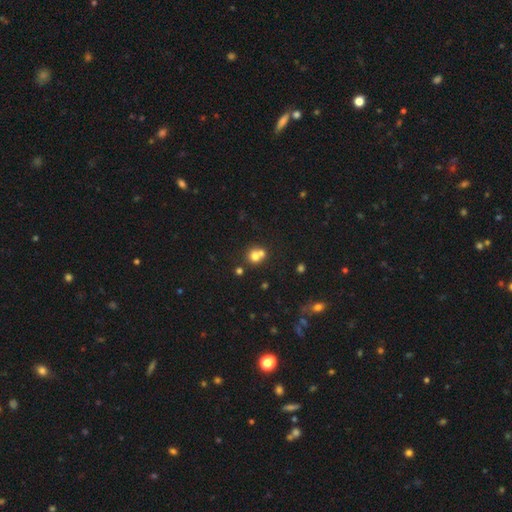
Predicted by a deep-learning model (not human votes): Smooth or featured? smooth (71%)
How rounded? round (82%)
Merging? merger (49%)